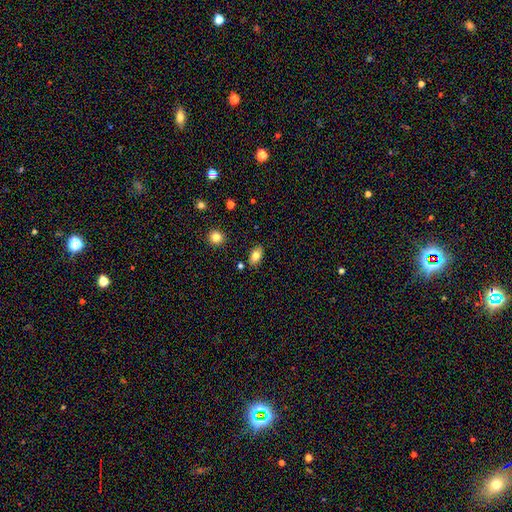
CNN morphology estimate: smooth-or-featured: smooth: 78% | featured or disk: 13% | star or artifact: 9%
  how-rounded: in between: 88% | round: 9% | cigar-shaped: 3%
  merging: none: 83% | minor disturbance: 11% | merger: 3% | major disturbance: 2%